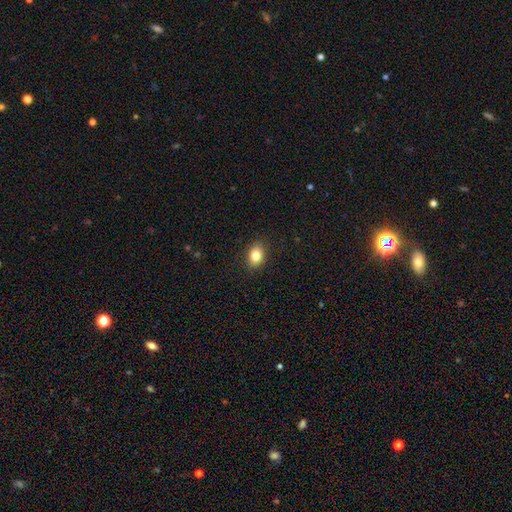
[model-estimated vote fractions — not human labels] Q: Smooth or featured?
A: smooth (83%); runner-up: star or artifact (9%)
Q: How rounded?
A: in between (71%); runner-up: round (28%)
Q: Merging?
A: none (89%); runner-up: minor disturbance (8%)